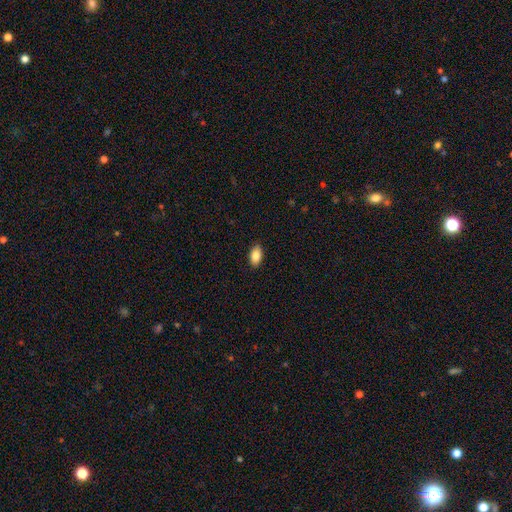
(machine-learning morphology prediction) type=smooth (86%); roundness=in between (93%); merging=none (89%).